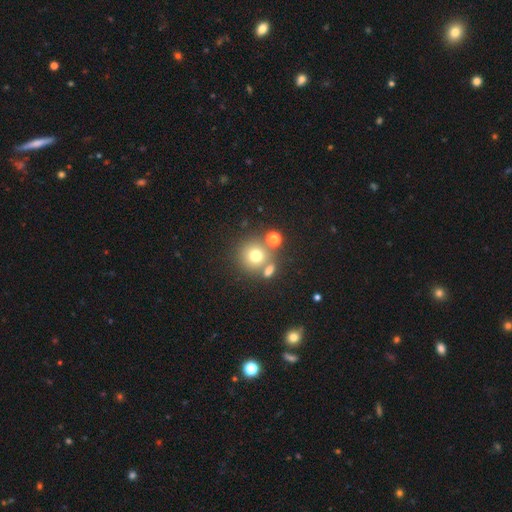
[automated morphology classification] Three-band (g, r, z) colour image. It shows a smooth galaxy with no disk features (72%) that is round (90%). Merging: none (64%).